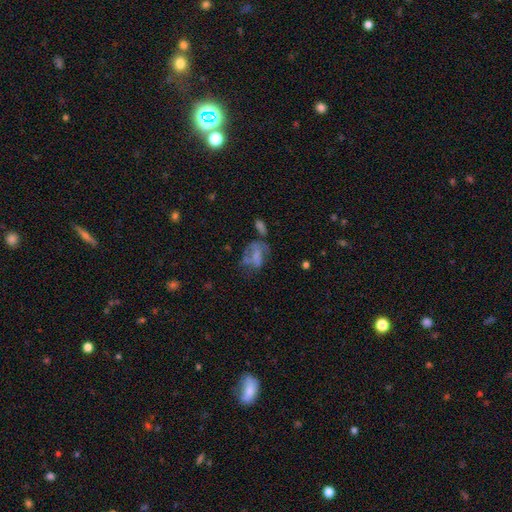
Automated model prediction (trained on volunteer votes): Smooth or featured? Predicted: featured or disk (p=0.44). Merging? Predicted: major disturbance (p=0.33).